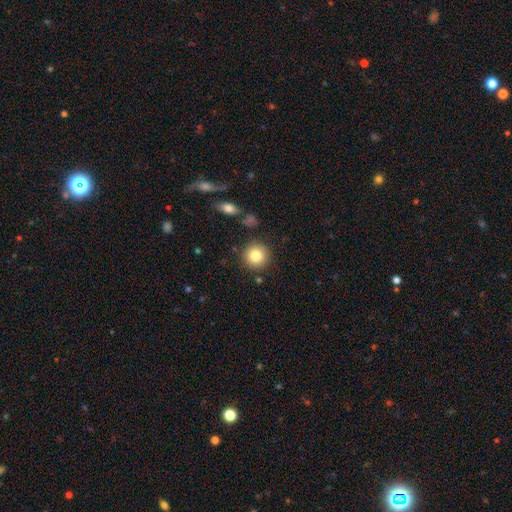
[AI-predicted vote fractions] A smooth galaxy with no disk features (82%) that is round (93%).

Vote fractions:
- Smooth or featured? smooth: 82% / star or artifact: 9% / featured or disk: 9%
- How rounded? round: 93% / in between: 6% / cigar-shaped: 1%
- Merging? none: 86% / minor disturbance: 8% / merger: 3% / major disturbance: 3%